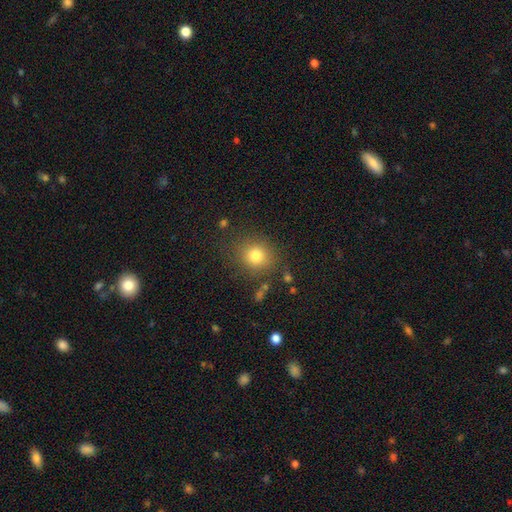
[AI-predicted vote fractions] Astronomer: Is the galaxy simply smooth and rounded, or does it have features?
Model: smooth — 79%.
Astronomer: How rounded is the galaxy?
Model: round — 80%.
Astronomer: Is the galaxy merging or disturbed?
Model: none — 82%.